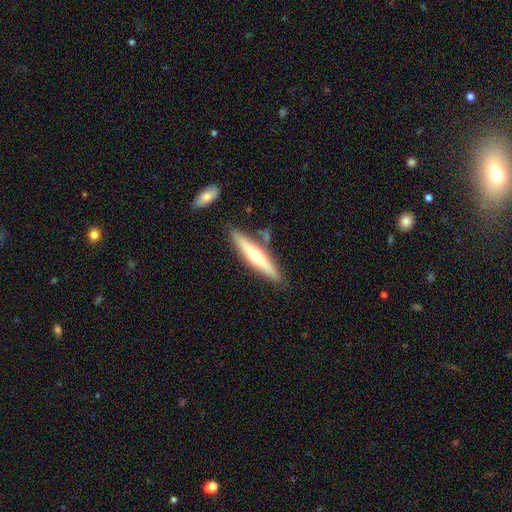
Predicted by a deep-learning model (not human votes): Smooth or featured: featured or disk — 54% (smooth — 41%)
Edge-on disk: yes — 93% (no — 7%)
Merging: none — 82% (minor disturbance — 11%)